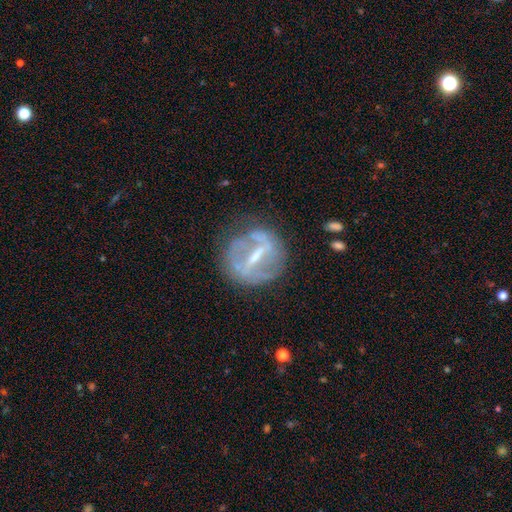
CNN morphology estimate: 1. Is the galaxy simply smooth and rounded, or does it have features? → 77% featured or disk, 15% smooth, 8% star or artifact.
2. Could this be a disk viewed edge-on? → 91% no, 9% yes.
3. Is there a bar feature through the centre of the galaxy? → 67% strong, 26% weak, 7% no.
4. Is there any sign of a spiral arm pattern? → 53% yes, 47% no.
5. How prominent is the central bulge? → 45% small, 34% moderate, 16% none, 3% large, 1% dominant.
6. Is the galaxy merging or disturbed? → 69% none, 17% minor disturbance, 12% major disturbance, 3% merger.